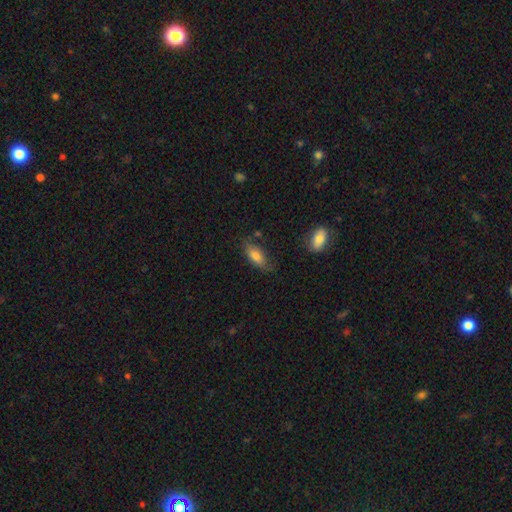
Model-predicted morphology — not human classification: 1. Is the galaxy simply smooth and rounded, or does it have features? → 77% smooth, 16% featured or disk, 7% star or artifact.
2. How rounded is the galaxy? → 82% in between, 15% cigar-shaped, 3% round.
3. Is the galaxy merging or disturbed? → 70% none, 22% minor disturbance, 5% major disturbance, 3% merger.